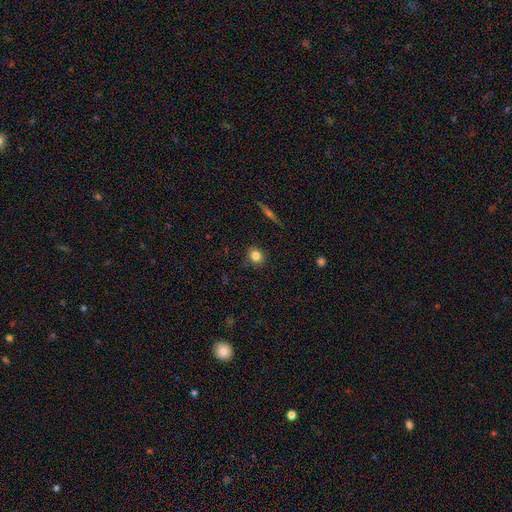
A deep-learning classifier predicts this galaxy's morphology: Overall: smooth (82%). How rounded: round (79%). Merging: none (86%).